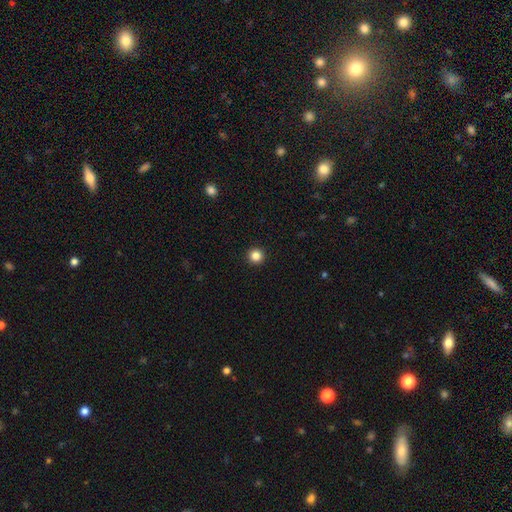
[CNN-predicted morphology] Smooth or featured: smooth — 85% (star or artifact — 11%)
How rounded: round — 96% (in between — 3%)
Merging: none — 94% (minor disturbance — 3%)